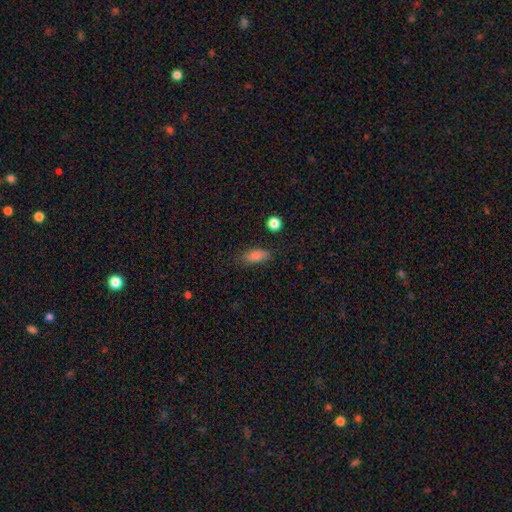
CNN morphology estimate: smooth 81%, star or artifact 10%, featured or disk 8%. Down the decision tree: how rounded — in between (74%); merging — none (80%).